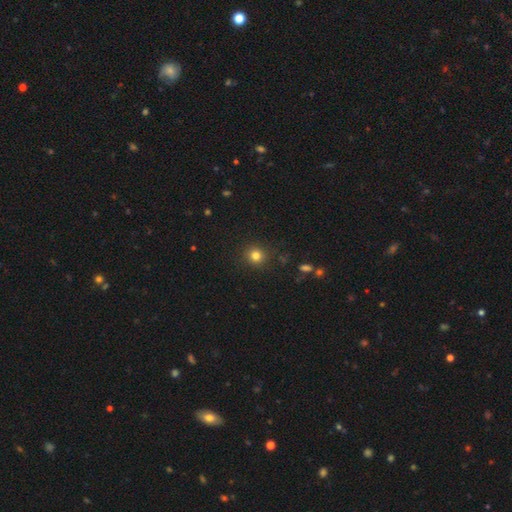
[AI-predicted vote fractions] A smooth galaxy with no disk features (81%) that is round (92%).

Vote fractions:
- Smooth or featured? smooth: 81% / star or artifact: 14% / featured or disk: 5%
- How rounded? round: 92% / in between: 7% / cigar-shaped: 1%
- Merging? none: 89% / minor disturbance: 7% / major disturbance: 2% / merger: 2%